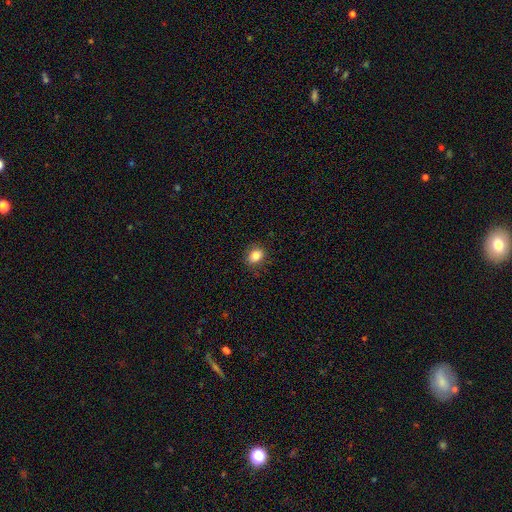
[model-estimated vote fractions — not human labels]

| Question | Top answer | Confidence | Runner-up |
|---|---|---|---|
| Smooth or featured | smooth | 84% | star or artifact (10%) |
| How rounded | in between | 54% | round (45%) |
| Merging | none | 82% | minor disturbance (14%) |